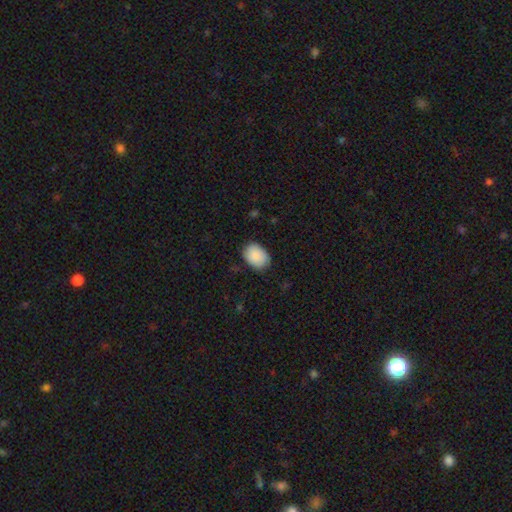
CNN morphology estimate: smooth-or-featured: smooth: 88% | star or artifact: 6% | featured or disk: 5%
  how-rounded: in between: 73% | round: 26% | cigar-shaped: 1%
  merging: none: 81% | minor disturbance: 15% | major disturbance: 3% | merger: 1%